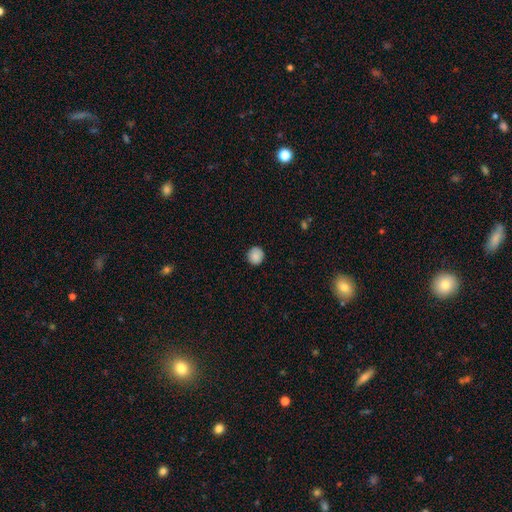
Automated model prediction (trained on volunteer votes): Smooth or featured: smooth — 88% (star or artifact — 9%)
How rounded: round — 89% (in between — 10%)
Merging: none — 88% (minor disturbance — 9%)